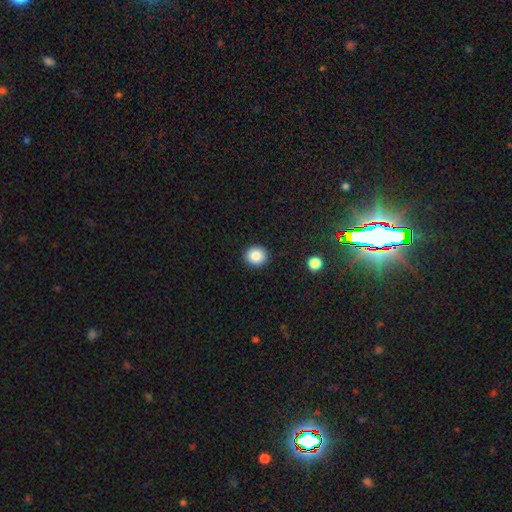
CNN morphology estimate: type=smooth (87%); roundness=round (83%); merging=none (91%).